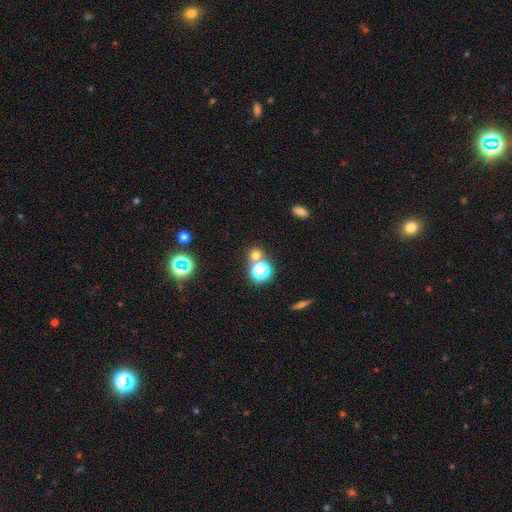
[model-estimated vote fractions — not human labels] This appears to be a smooth galaxy with no disk features (61%) that is round (87%). Merging: none (67%).